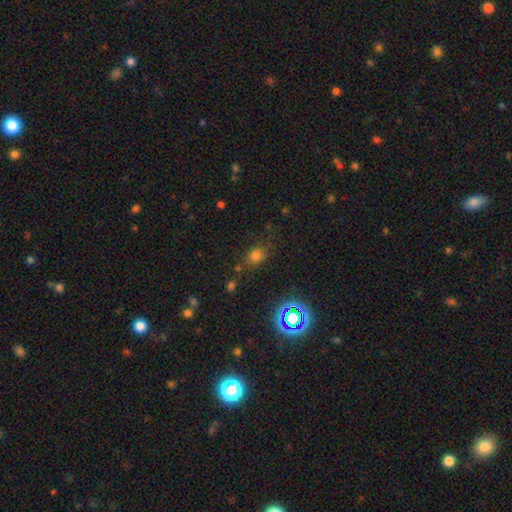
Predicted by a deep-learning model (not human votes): smooth-or-featured: smooth: 68% | star or artifact: 24% | featured or disk: 8%
  how-rounded: in between: 52% | round: 46% | cigar-shaped: 2%
  merging: none: 72% | minor disturbance: 16% | major disturbance: 6% | merger: 6%